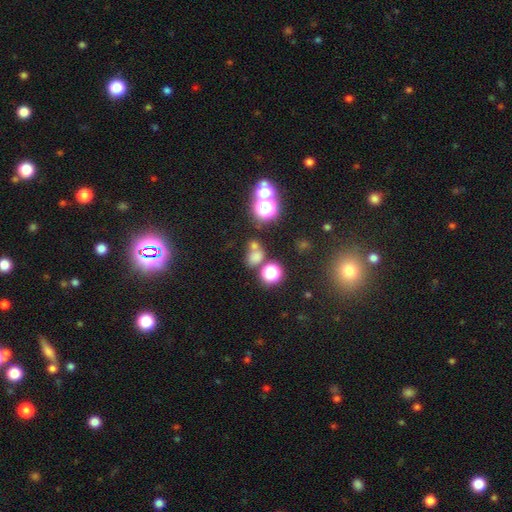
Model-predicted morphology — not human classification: Smooth or featured?
  - smooth: 63% *
  - star or artifact: 28%
  - featured or disk: 9%
How rounded?
  - round: 63% *
  - in between: 36%
  - cigar-shaped: 2%
Merging?
  - none: 51% *
  - merger: 32%
  - minor disturbance: 11%
  - major disturbance: 6%